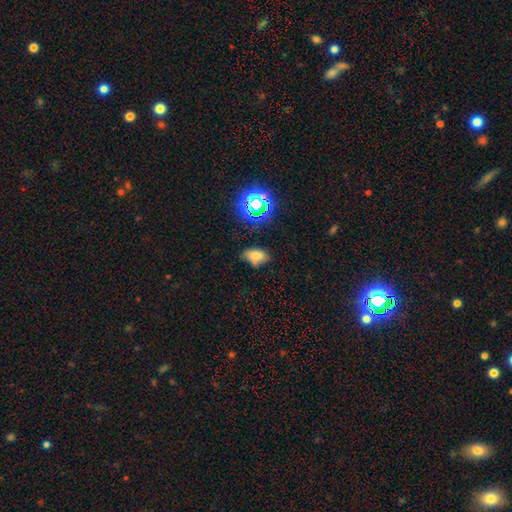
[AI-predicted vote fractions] This is likely a smooth galaxy (67%). How rounded: clearly in between (90%). Merging: likely none (64%).